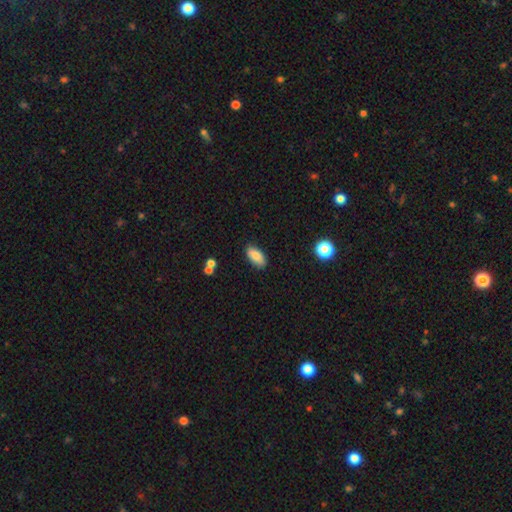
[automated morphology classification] The model was most divided on "smooth or featured": smooth: 83%, featured or disk: 10%, star or artifact: 8%. More confident: how rounded — in between (91%); merging — none (86%).